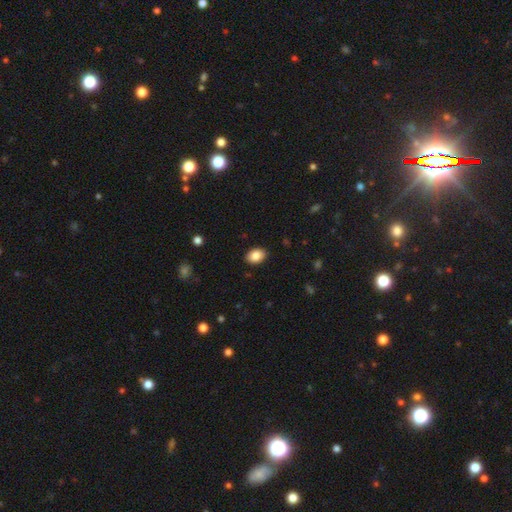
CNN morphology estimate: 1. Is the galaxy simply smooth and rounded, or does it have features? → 87% smooth, 8% star or artifact, 6% featured or disk.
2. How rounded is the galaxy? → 77% in between, 22% round, 1% cigar-shaped.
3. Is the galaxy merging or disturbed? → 90% none, 8% minor disturbance, 2% major disturbance, 1% merger.